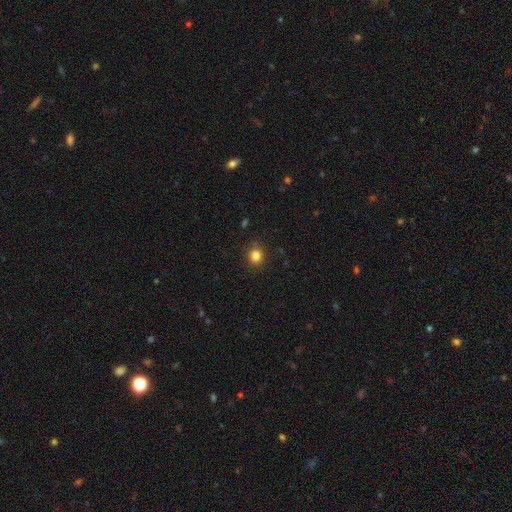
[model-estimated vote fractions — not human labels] Overall: smooth (84%). How rounded: round (82%). Merging: none (89%).